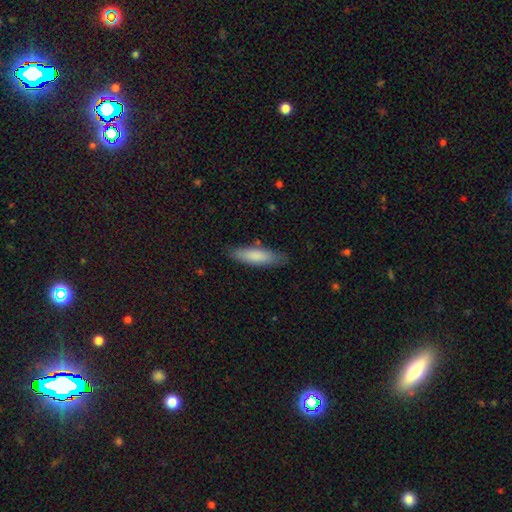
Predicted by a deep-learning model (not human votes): Smooth or featured: smooth — 83% (featured or disk — 12%)
How rounded: cigar-shaped — 62% (in between — 37%)
Merging: none — 83% (minor disturbance — 13%)